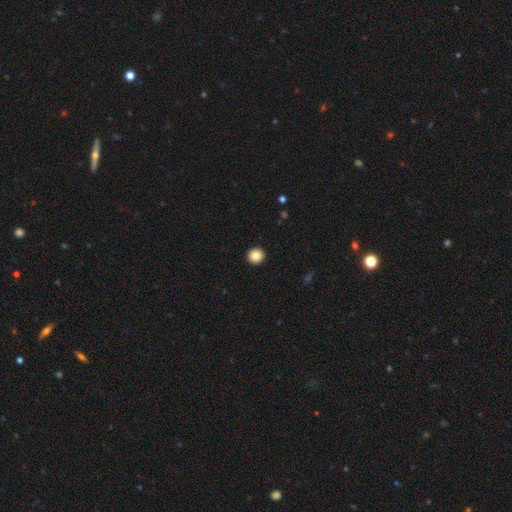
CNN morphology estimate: Q: Smooth or featured?
A: smooth (86%); runner-up: star or artifact (9%)
Q: How rounded?
A: round (94%); runner-up: in between (5%)
Q: Merging?
A: none (94%); runner-up: minor disturbance (4%)